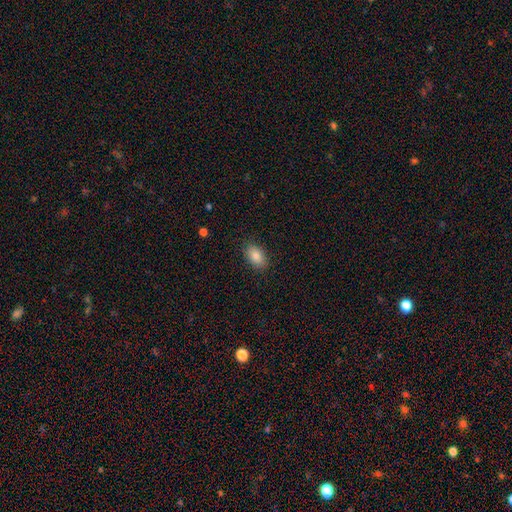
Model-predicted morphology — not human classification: type=smooth (86%); roundness=in between (91%); merging=none (87%).